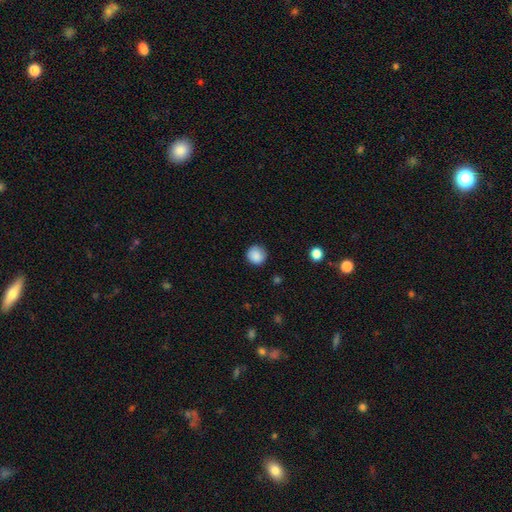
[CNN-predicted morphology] smooth-or-featured: smooth: 87% | star or artifact: 9% | featured or disk: 4%
  how-rounded: round: 93% | in between: 6% | cigar-shaped: 1%
  merging: none: 87% | minor disturbance: 10% | major disturbance: 2% | merger: 1%